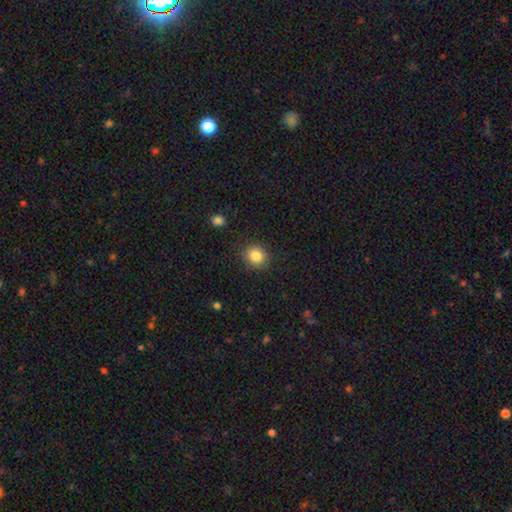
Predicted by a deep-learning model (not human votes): smooth-or-featured: smooth: 84% | star or artifact: 10% | featured or disk: 5%
  how-rounded: round: 85% | in between: 14% | cigar-shaped: 1%
  merging: none: 88% | minor disturbance: 8% | major disturbance: 3% | merger: 1%